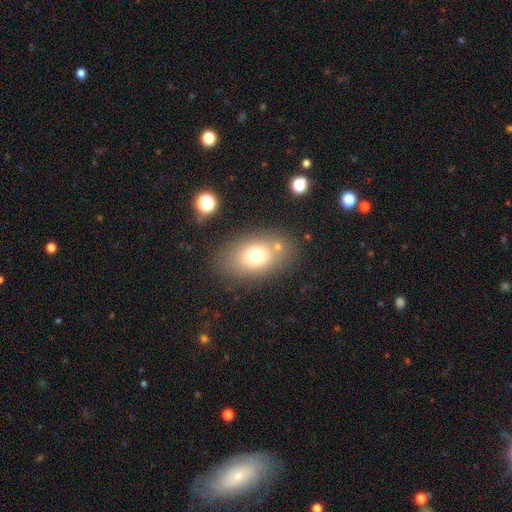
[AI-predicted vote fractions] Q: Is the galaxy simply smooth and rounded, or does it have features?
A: smooth — 72%.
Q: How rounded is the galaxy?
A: in between — 79%.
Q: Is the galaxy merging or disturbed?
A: none — 75%.